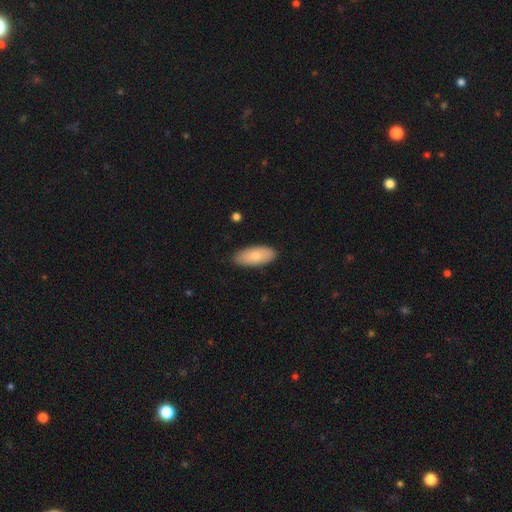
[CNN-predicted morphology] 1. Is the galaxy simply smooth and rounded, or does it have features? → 79% smooth, 15% featured or disk, 5% star or artifact.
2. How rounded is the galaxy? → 90% in between, 8% cigar-shaped, 2% round.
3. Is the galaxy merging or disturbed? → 86% none, 12% minor disturbance, 2% major disturbance, 1% merger.